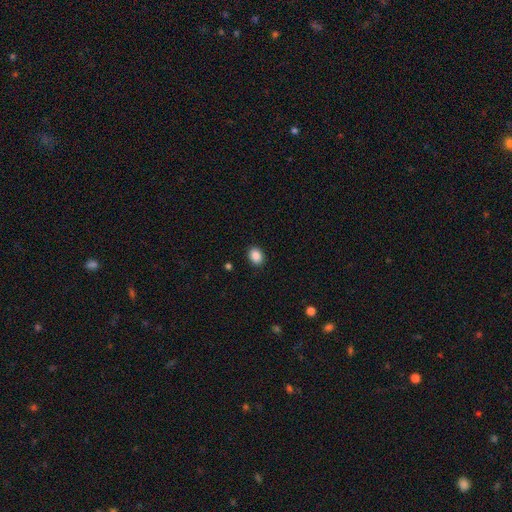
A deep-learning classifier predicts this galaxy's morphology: Overall: smooth (88%). How rounded: in between (63%; round 36%). Merging: none (90%).